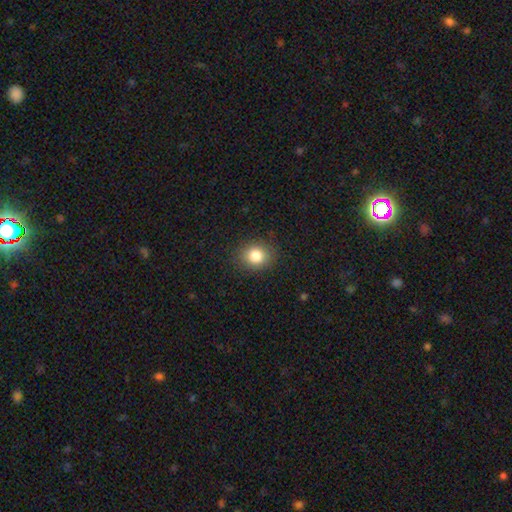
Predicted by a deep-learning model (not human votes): Smooth or featured?
  - smooth: 84% *
  - star or artifact: 10%
  - featured or disk: 6%
How rounded?
  - round: 69% *
  - in between: 30%
  - cigar-shaped: 1%
Merging?
  - none: 88% *
  - minor disturbance: 8%
  - major disturbance: 3%
  - merger: 1%